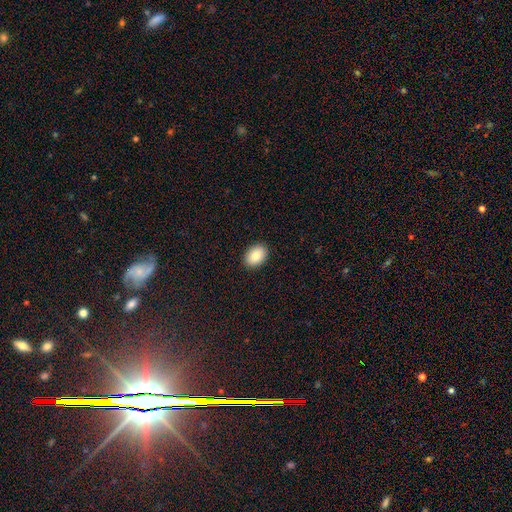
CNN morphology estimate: This is clearly a smooth galaxy (85%). How rounded: likely in between (76%). Merging: clearly none (91%).